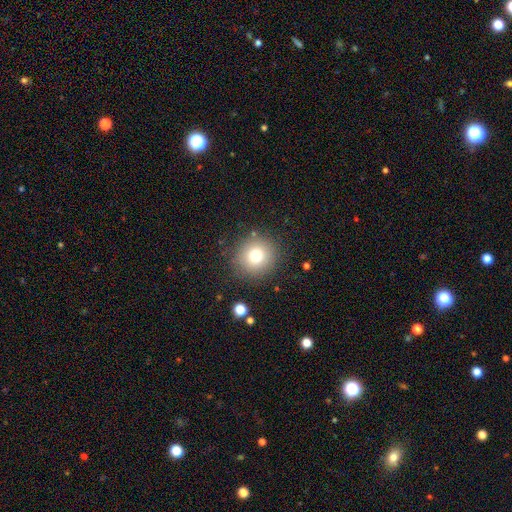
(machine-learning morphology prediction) smooth-or-featured: smooth: 76% | star or artifact: 13% | featured or disk: 11%
  how-rounded: round: 93% | in between: 6% | cigar-shaped: 1%
  merging: none: 87% | minor disturbance: 8% | major disturbance: 3% | merger: 2%